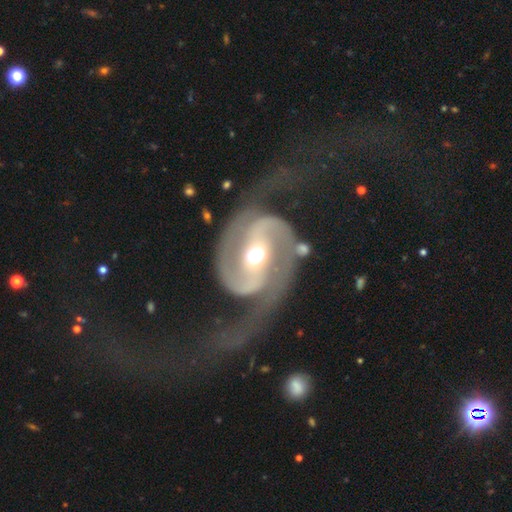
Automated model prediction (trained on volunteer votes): featured or disk 92%, star or artifact 4%, smooth 4%. Down the decision tree: edge-on disk — no (98%); bar — weak (36%); spiral arms — yes (98%); spiral arm count — 2 (93%); spiral winding — medium (54%); bulge size — moderate (73%); merging — none (58%).